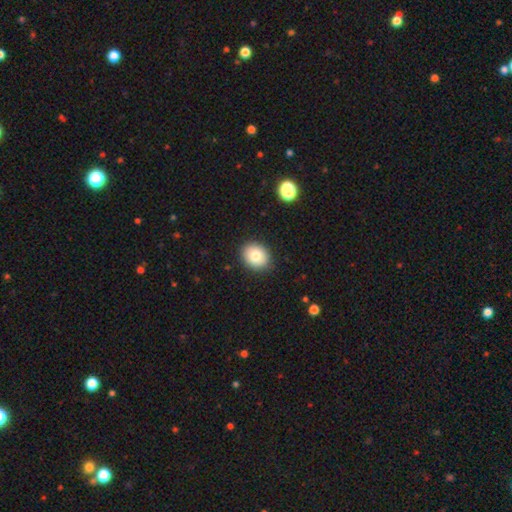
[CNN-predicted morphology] A smooth galaxy with no disk features (79%) that is round (58%). Merging: none (89%).